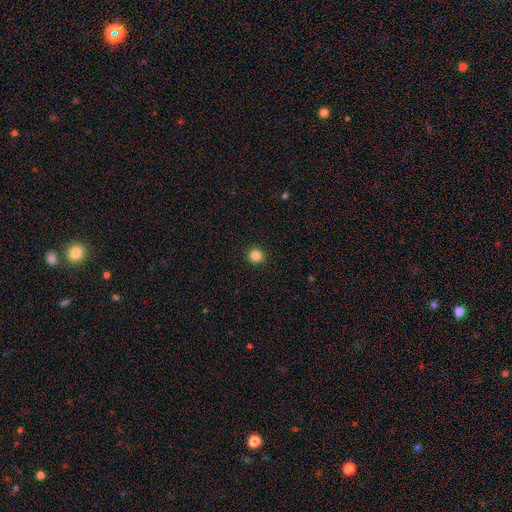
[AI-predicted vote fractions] This is clearly a smooth galaxy (84%). How rounded: clearly round (91%). Merging: clearly none (92%).